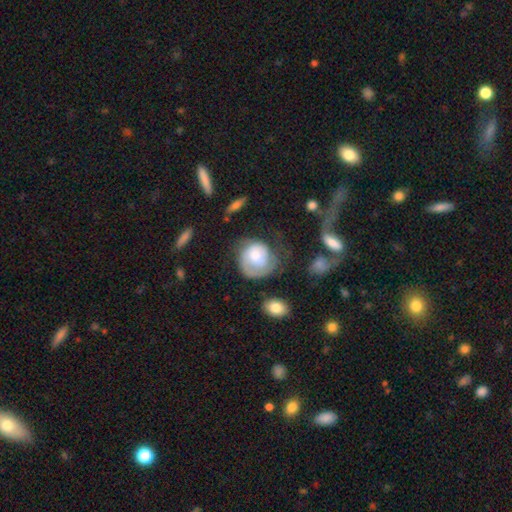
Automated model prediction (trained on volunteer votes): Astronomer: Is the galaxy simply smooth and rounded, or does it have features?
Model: featured or disk — 55% (runner-up: smooth, 39%).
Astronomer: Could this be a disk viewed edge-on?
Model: no — 97%.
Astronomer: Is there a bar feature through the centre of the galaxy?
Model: no — 76%.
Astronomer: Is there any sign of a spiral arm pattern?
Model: yes — 78%.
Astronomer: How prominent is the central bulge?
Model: moderate — 53% (runner-up: small, 31%).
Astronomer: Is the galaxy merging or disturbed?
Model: none — 43% (runner-up: major disturbance, 28%).